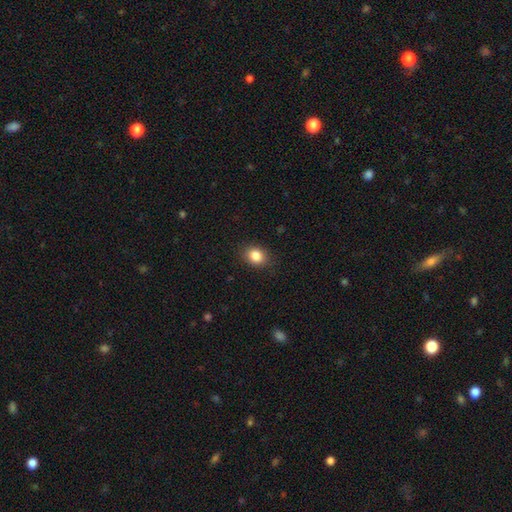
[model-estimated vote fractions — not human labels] Smooth or featured: smooth — 85% (star or artifact — 10%)
How rounded: in between — 53% (round — 46%)
Merging: none — 87% (minor disturbance — 10%)